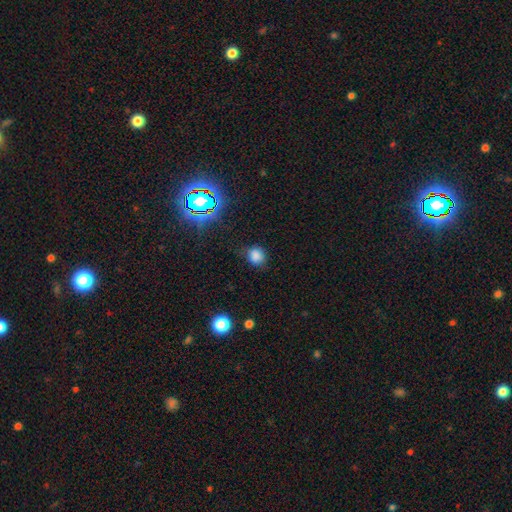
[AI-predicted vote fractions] smooth 79%, star or artifact 16%, featured or disk 5%. Down the decision tree: how rounded — round (73%); merging — none (73%).